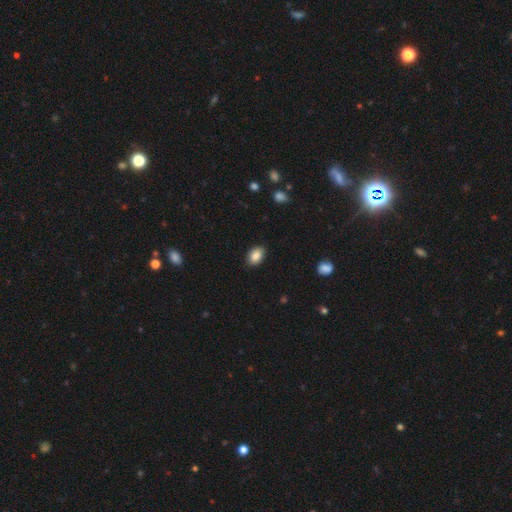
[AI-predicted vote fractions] The model was most divided on "how rounded": in between: 82%, round: 17%, cigar-shaped: 1%. More confident: merging — none (87%); smooth or featured — smooth (87%).